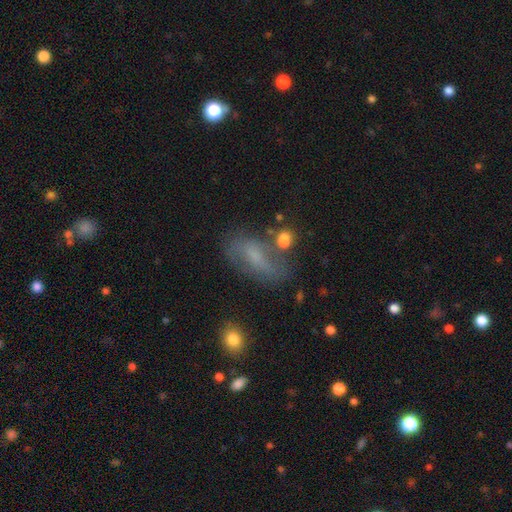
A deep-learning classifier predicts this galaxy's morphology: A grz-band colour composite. It shows a featured or disk galaxy (44%). Merging: none (57%).